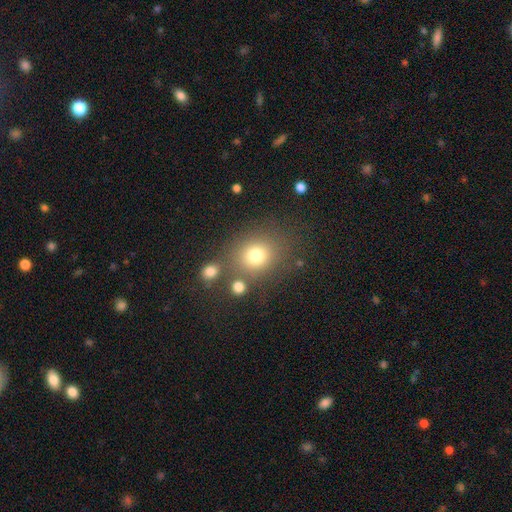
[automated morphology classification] Overall: smooth (76%). How rounded: round (75%). Merging: none (71%).